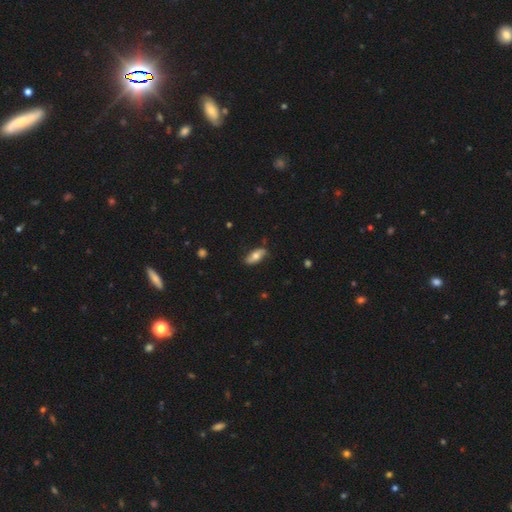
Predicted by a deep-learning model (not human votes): smooth-or-featured: smooth: 57% | featured or disk: 36% | star or artifact: 6%
  how-rounded: in between: 81% | cigar-shaped: 15% | round: 3%
  merging: none: 78% | minor disturbance: 17% | major disturbance: 3% | merger: 1%